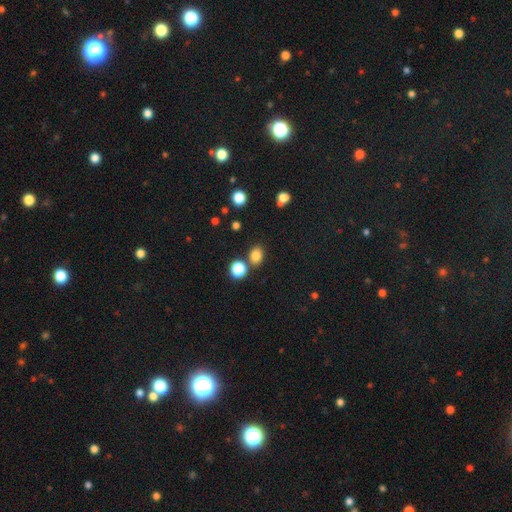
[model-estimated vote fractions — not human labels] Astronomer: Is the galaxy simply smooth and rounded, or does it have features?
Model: smooth — 81%.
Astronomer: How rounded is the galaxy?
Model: in between — 51% (runner-up: round, 48%).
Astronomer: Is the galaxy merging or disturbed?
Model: none — 74%.